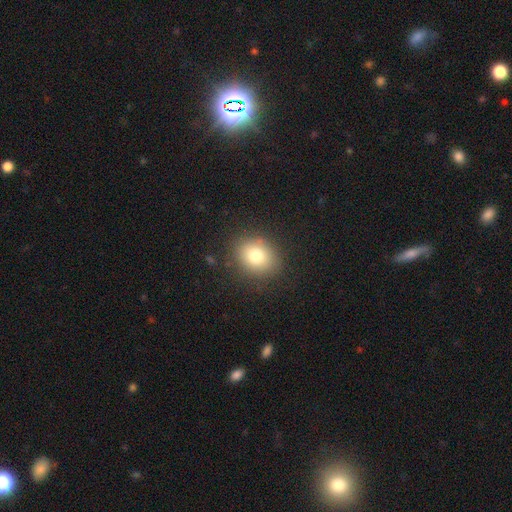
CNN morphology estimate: This appears to be a smooth galaxy with no disk features (79%) that is round (61%). Merging: none (85%).